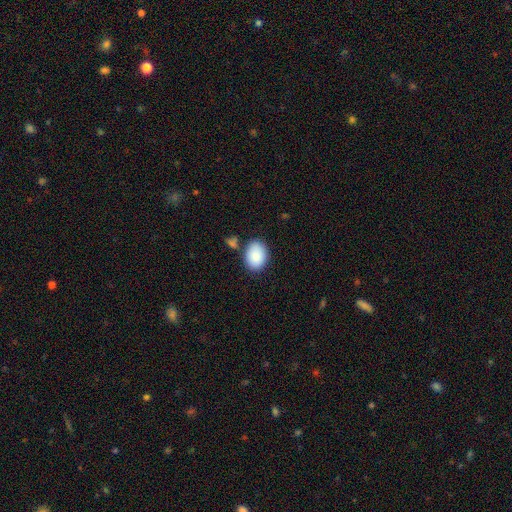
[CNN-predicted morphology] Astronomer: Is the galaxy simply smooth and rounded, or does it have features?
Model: smooth — 89%.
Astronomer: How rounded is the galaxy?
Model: in between — 77%.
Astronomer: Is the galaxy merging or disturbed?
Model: none — 76%.